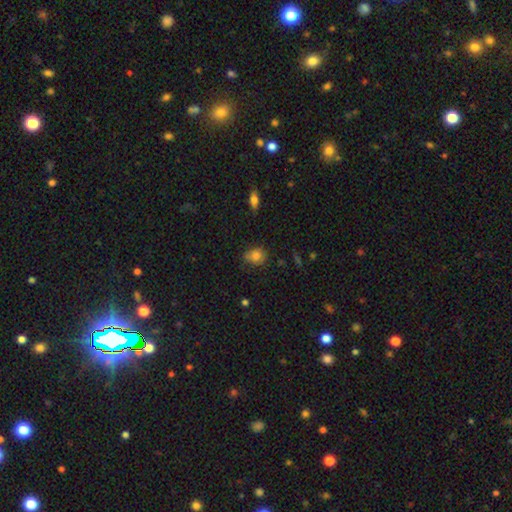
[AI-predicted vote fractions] Smooth or featured?
  - smooth: 82% *
  - star or artifact: 10%
  - featured or disk: 8%
How rounded?
  - round: 57% *
  - in between: 41%
  - cigar-shaped: 1%
Merging?
  - none: 62% *
  - minor disturbance: 29%
  - major disturbance: 6%
  - merger: 3%